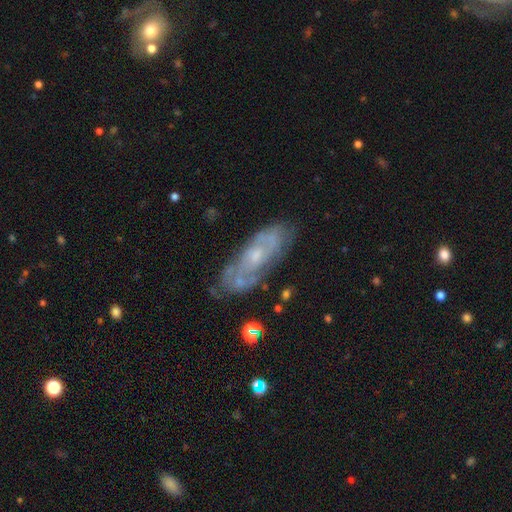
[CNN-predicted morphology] This is likely a featured or disk galaxy (69%). It is clearly not viewed edge-on (80%). Bar: likely no (75%). Spiral arm pattern: likely yes (68%). Central bulge: possibly small (60%). Merging: likely none (76%).